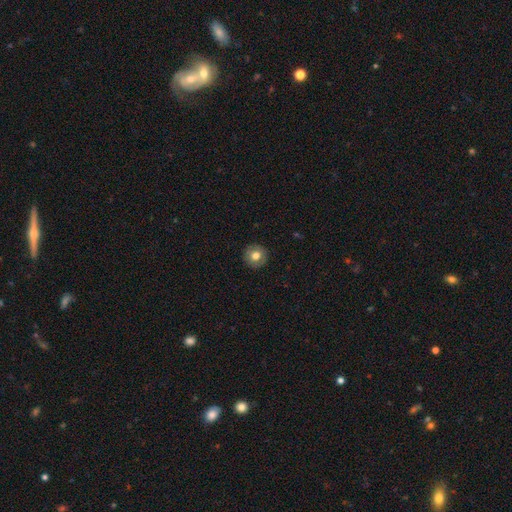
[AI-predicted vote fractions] Smooth or featured?
  - smooth: 75% *
  - featured or disk: 16%
  - star or artifact: 9%
How rounded?
  - round: 95% *
  - in between: 4%
  - cigar-shaped: 1%
Merging?
  - none: 91% *
  - minor disturbance: 6%
  - major disturbance: 2%
  - merger: 1%